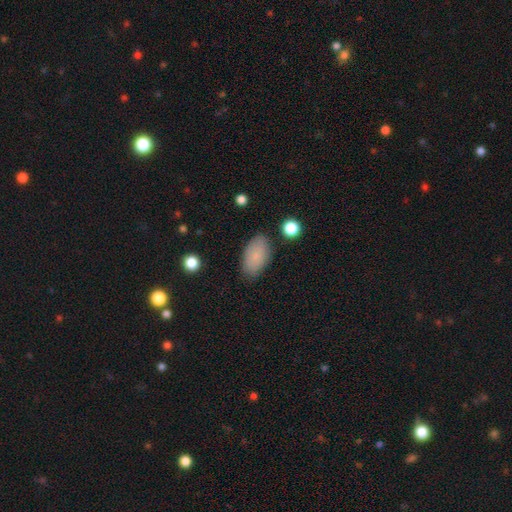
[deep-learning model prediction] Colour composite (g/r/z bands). It shows a smooth galaxy with no disk features (83%) that is in between round and cigar-shaped (94%). Merging: none (83%).